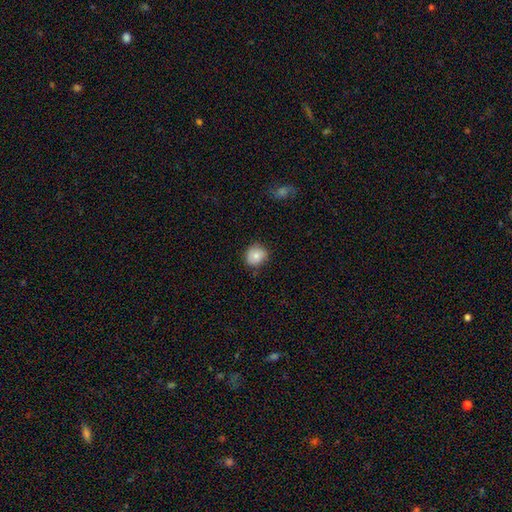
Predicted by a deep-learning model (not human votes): Overall: smooth (80%). How rounded: round (80%). Merging: none (75%).